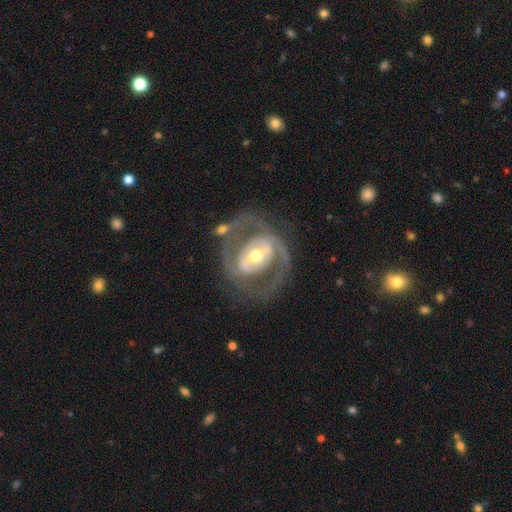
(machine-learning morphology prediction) smooth-or-featured: featured or disk: 85% | smooth: 10% | star or artifact: 5%
  disk-edge-on: no: 96% | yes: 4%
    bar: strong: 40% | weak: 33% | no: 27%
    has-spiral-arms: yes: 79% | no: 21%
      spiral-winding: medium: 46% | tight: 37% | loose: 17%
      spiral-arm-count: 2: 79% | can't tell: 10% | 1: 5% | 3: 3% | 4: 1% | more than 4: 1%
    bulge-size: moderate: 62% | small: 28% | large: 7% | dominant: 1% | none: 1%
  merging: none: 65% | major disturbance: 16% | minor disturbance: 16% | merger: 4%